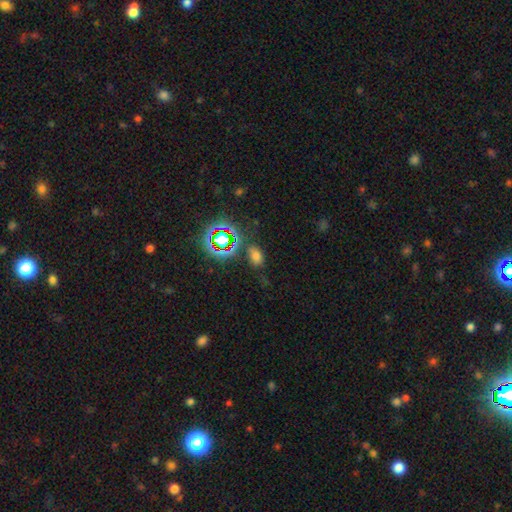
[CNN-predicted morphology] This appears to be a smooth galaxy with no disk features (62%) that is in between round and cigar-shaped (83%). Merging: none (72%).